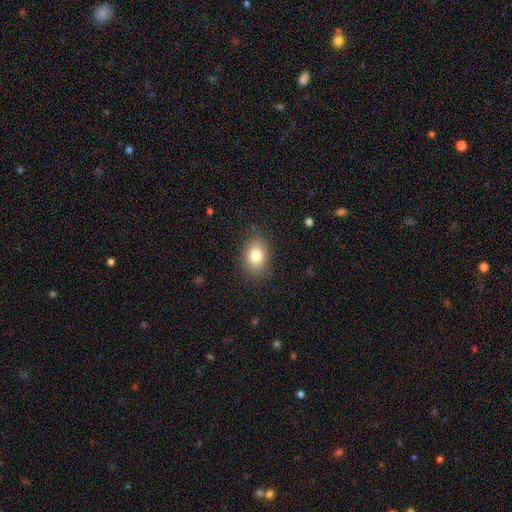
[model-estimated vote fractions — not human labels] A smooth galaxy with no disk features (81%) that is in between round and cigar-shaped (73%).

Vote fractions:
- Smooth or featured? smooth: 81% / featured or disk: 10% / star or artifact: 10%
- How rounded? in between: 73% / round: 26% / cigar-shaped: 1%
- Merging? none: 84% / minor disturbance: 11% / major disturbance: 3% / merger: 1%